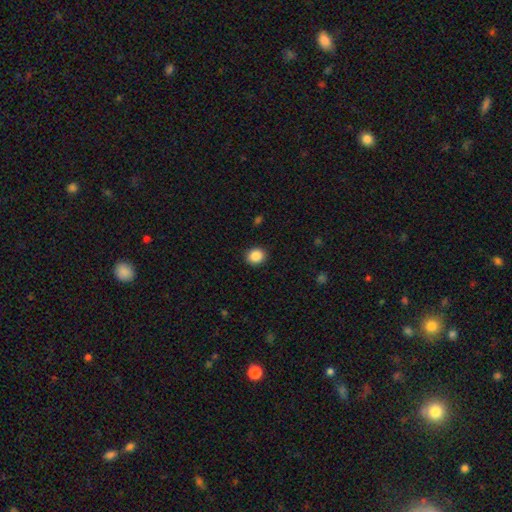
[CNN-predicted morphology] smooth 88%, star or artifact 9%, featured or disk 3%. Down the decision tree: how rounded — round (78%); merging — none (91%).